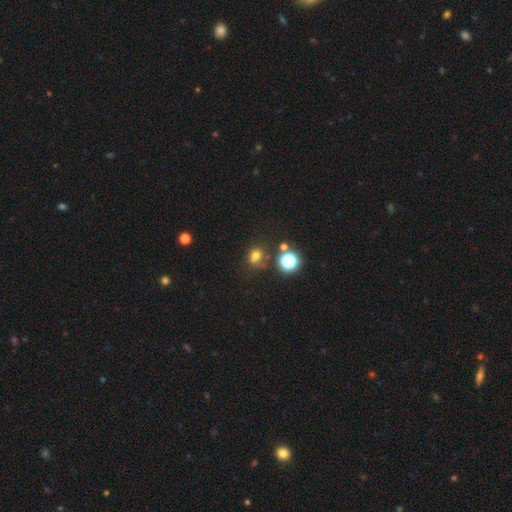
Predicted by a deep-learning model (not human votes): Smooth or featured? Predicted: smooth (p=0.67). How rounded? Predicted: round (p=0.71). Merging? Predicted: none (p=0.58).